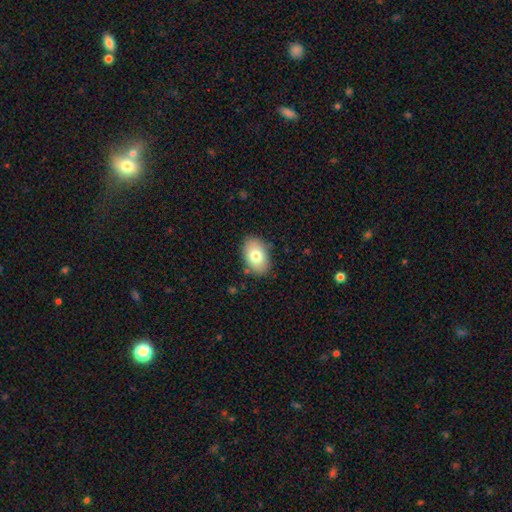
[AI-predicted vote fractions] smooth 76%, featured or disk 16%, star or artifact 8%. Down the decision tree: how rounded — in between (88%); merging — none (85%).